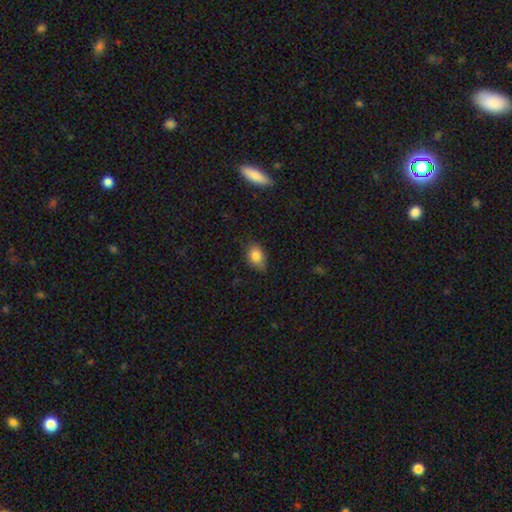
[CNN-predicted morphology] This is clearly a smooth galaxy (83%). How rounded: likely in between (80%). Merging: likely none (71%).